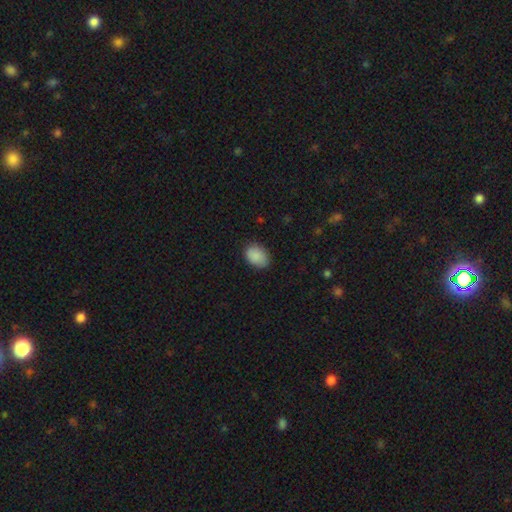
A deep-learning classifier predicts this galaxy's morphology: smooth 89%, star or artifact 7%, featured or disk 4%. Down the decision tree: how rounded — in between (77%); merging — none (81%).